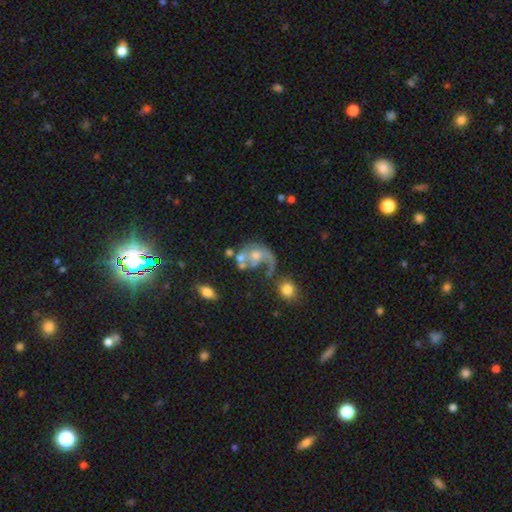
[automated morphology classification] The model was most divided on "merging": major disturbance: 36%, merger: 26%, none: 24%, minor disturbance: 14%. Remaining: edge-on disk — no (97%); bar — no (76%); spiral arms — yes (65%); smooth or featured — featured or disk (64%); bulge size — moderate (48%).